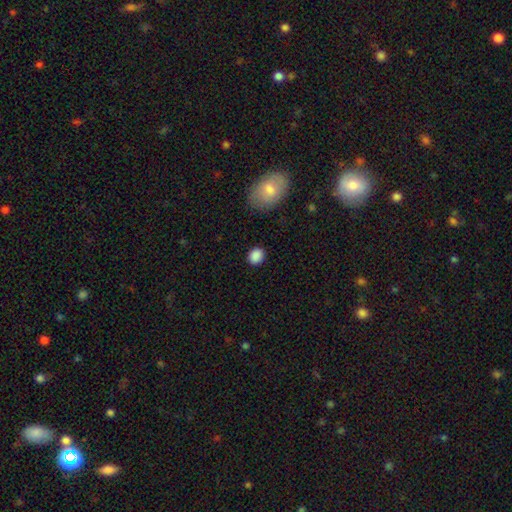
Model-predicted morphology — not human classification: Smooth or featured: smooth — 87% (star or artifact — 9%)
How rounded: round — 67% (in between — 32%)
Merging: none — 87% (minor disturbance — 9%)